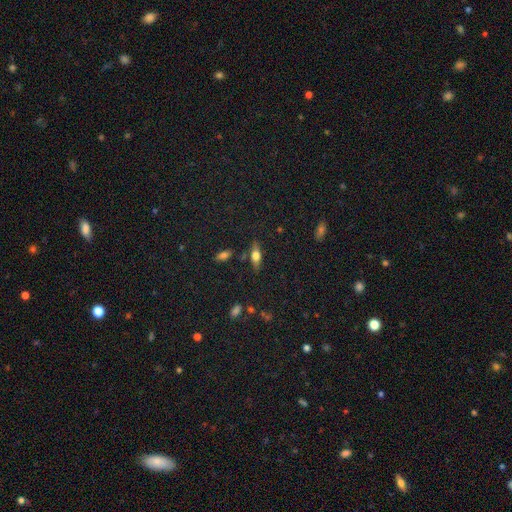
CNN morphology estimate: Q: Smooth or featured?
A: smooth (56%); runner-up: featured or disk (34%)
Q: How rounded?
A: in between (67%); runner-up: cigar-shaped (28%)
Q: Merging?
A: none (76%); runner-up: minor disturbance (14%)